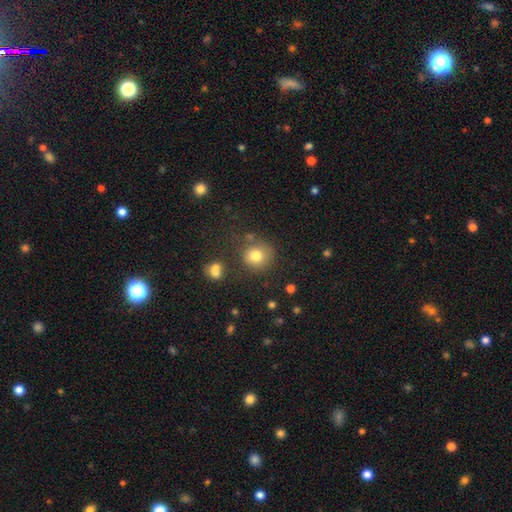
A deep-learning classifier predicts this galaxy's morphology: A smooth galaxy with no disk features (79%) that is round (85%). Merging: none (71%).